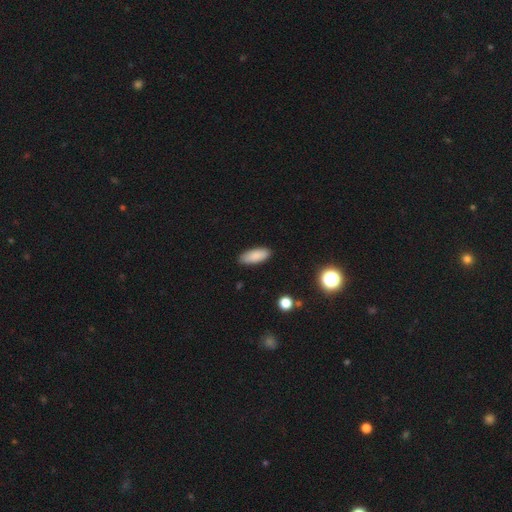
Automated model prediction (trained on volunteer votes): smooth 87%, star or artifact 7%, featured or disk 6%. Down the decision tree: how rounded — in between (80%); merging — none (86%).